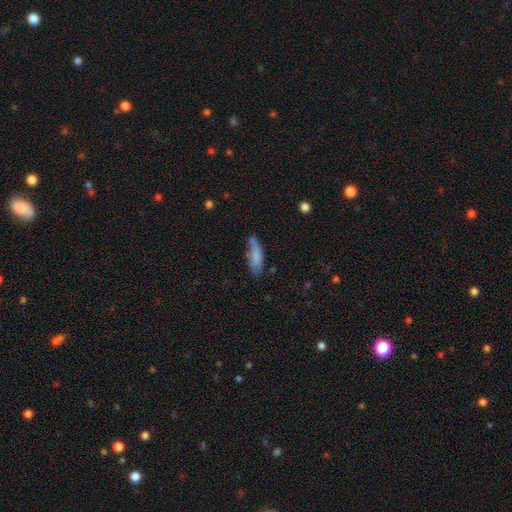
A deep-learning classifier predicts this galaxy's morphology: Q: Smooth or featured?
A: smooth (74%); runner-up: featured or disk (18%)
Q: How rounded?
A: in between (53%); runner-up: cigar-shaped (45%)
Q: Merging?
A: none (48%); runner-up: minor disturbance (33%)